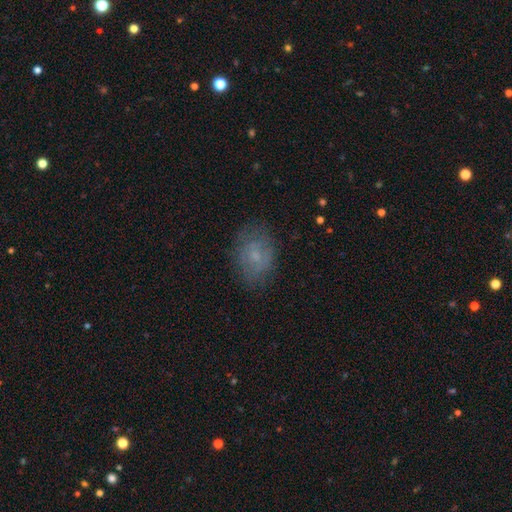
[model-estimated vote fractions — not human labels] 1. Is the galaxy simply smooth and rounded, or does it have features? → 59% smooth, 30% featured or disk, 12% star or artifact.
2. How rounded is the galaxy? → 71% in between, 28% round, 1% cigar-shaped.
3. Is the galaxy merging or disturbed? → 73% none, 18% minor disturbance, 8% major disturbance, 1% merger.